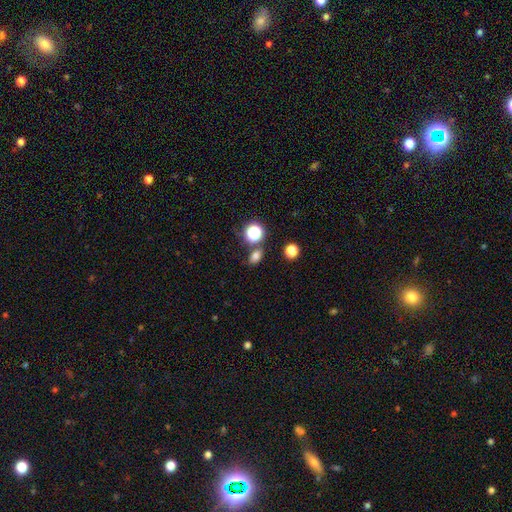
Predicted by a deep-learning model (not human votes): smooth-or-featured: smooth: 74% | star or artifact: 20% | featured or disk: 7%
  how-rounded: in between: 65% | round: 33% | cigar-shaped: 2%
  merging: none: 73% | minor disturbance: 12% | merger: 11% | major disturbance: 4%